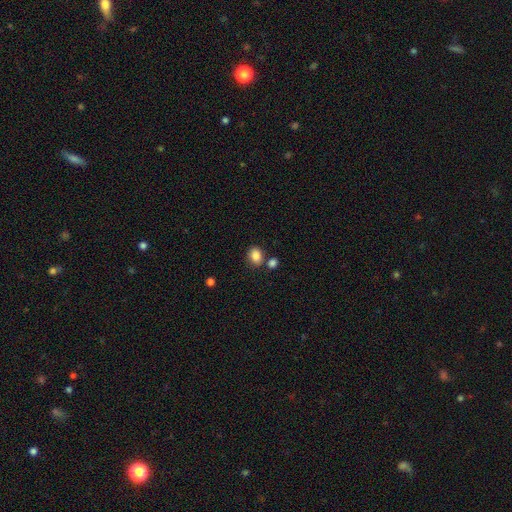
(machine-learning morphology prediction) This appears to be a smooth galaxy with no disk features (85%) that is in between round and cigar-shaped (56%). Merging: none (68%).